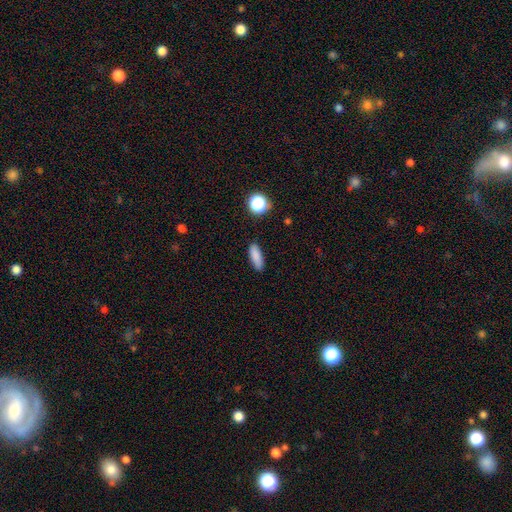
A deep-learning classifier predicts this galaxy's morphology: Smooth or featured? smooth (85%)
How rounded? in between (60%)
Merging? none (85%)